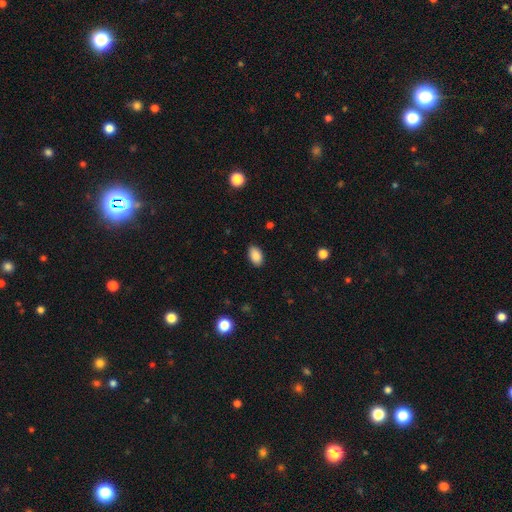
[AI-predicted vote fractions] A smooth galaxy with no disk features (88%) that is in between round and cigar-shaped (92%). Merging: none (87%).